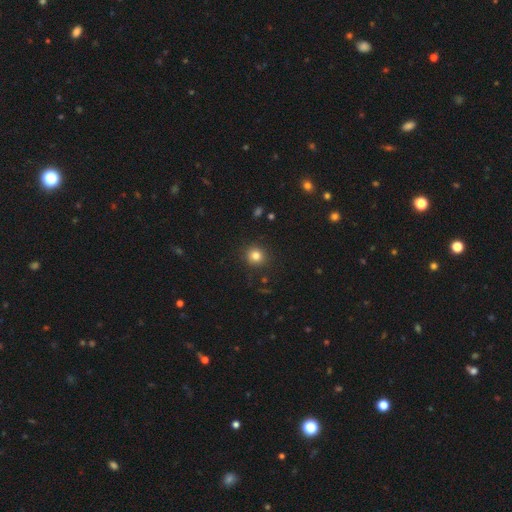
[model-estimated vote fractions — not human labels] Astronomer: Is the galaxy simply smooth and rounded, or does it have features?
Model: smooth — 81%.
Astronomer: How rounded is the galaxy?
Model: round — 90%.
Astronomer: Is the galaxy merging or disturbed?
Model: none — 90%.